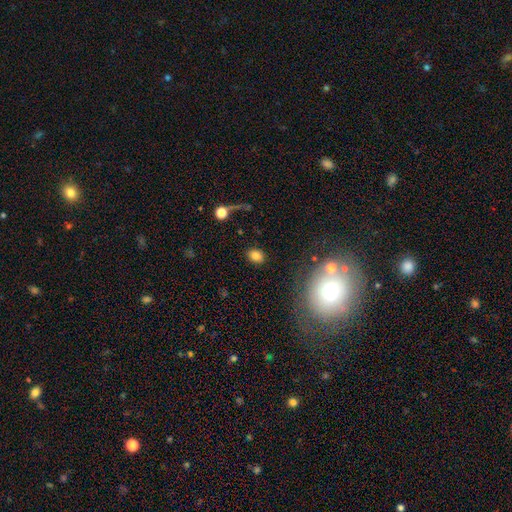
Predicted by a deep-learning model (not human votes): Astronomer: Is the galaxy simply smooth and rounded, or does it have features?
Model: smooth — 81%.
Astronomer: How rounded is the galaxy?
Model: in between — 60% (runner-up: round, 39%).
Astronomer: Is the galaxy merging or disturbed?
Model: none — 84%.